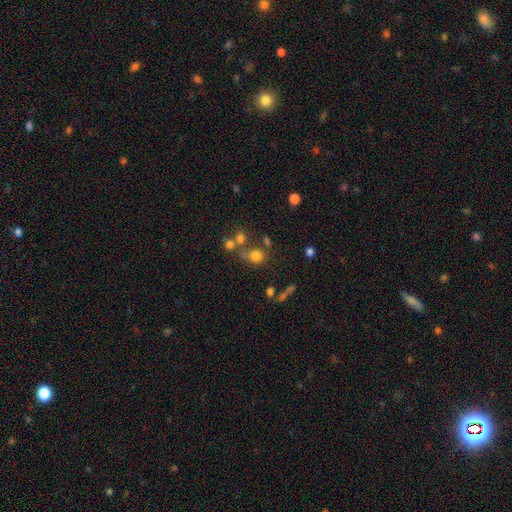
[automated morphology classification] Smooth or featured: smooth — 72% (star or artifact — 18%)
How rounded: round — 77% (in between — 21%)
Merging: none — 56% (merger — 25%)